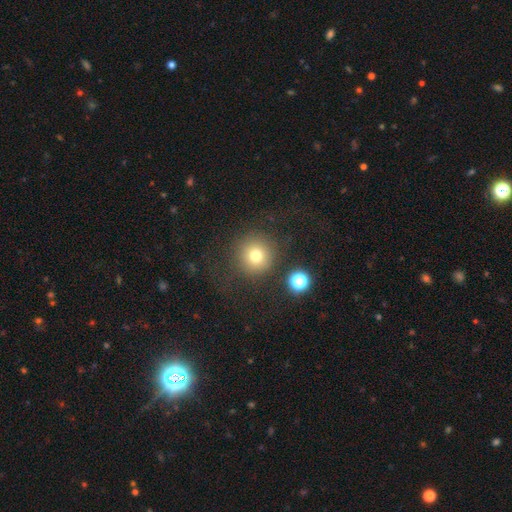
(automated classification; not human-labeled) smooth_or_featured: smooth (p=0.74) [alt: star or artifact p=0.16]
how_rounded: round (p=0.95) [alt: in between p=0.04]
merging: none (p=0.82) [alt: minor disturbance p=0.09]